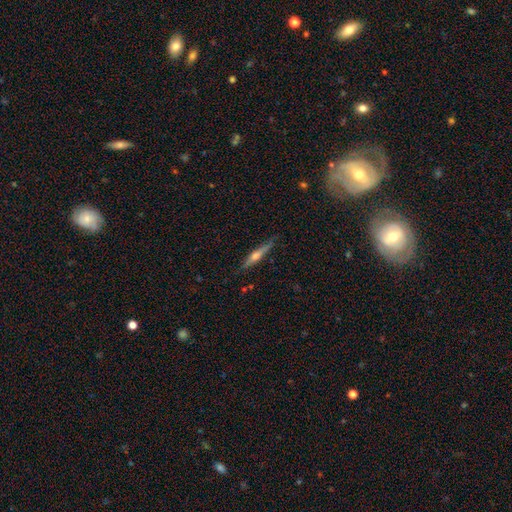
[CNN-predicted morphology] This is likely a featured or disk galaxy (68%). It is clearly viewed edge-on (97%). Edge-on bulge: clearly rounded (85%). Merging: clearly none (85%).